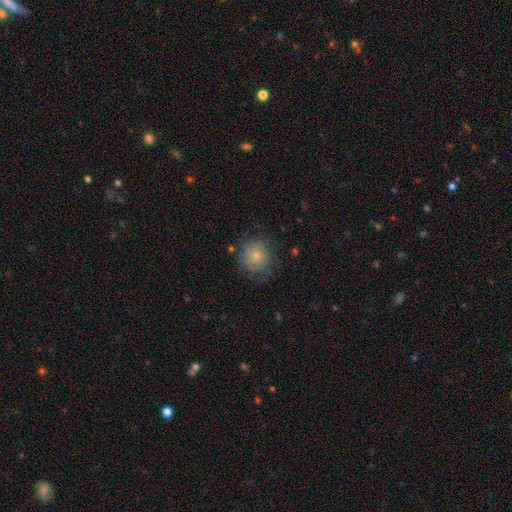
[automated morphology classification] This is likely a smooth galaxy (68%). How rounded: clearly round (87%). Merging: likely none (66%).